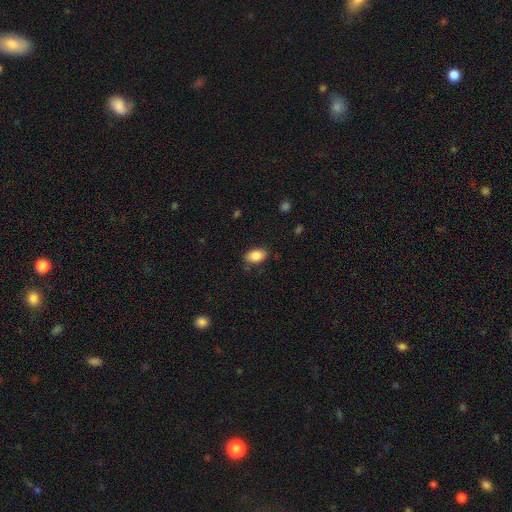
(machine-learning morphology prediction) The model was most divided on "merging": none: 83%, minor disturbance: 13%, major disturbance: 3%, merger: 1%. More confident: how rounded — in between (89%); smooth or featured — smooth (86%).